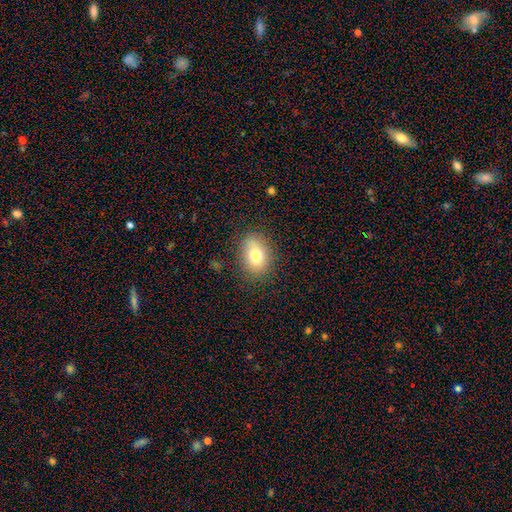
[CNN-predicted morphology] type=smooth (77%); roundness=in between (71%); merging=none (83%).